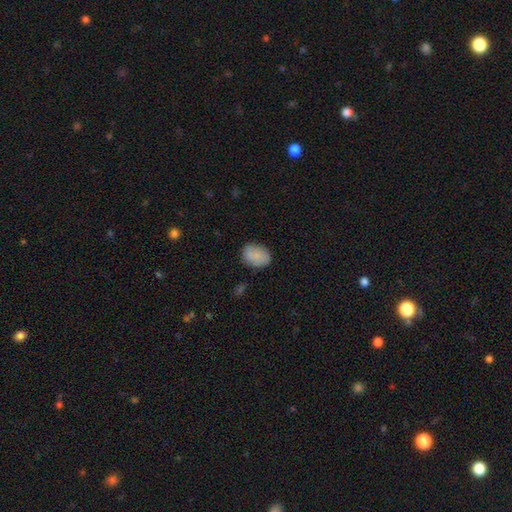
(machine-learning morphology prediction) A smooth galaxy with no disk features (85%) that is in between round and cigar-shaped (76%). Merging: none (83%).